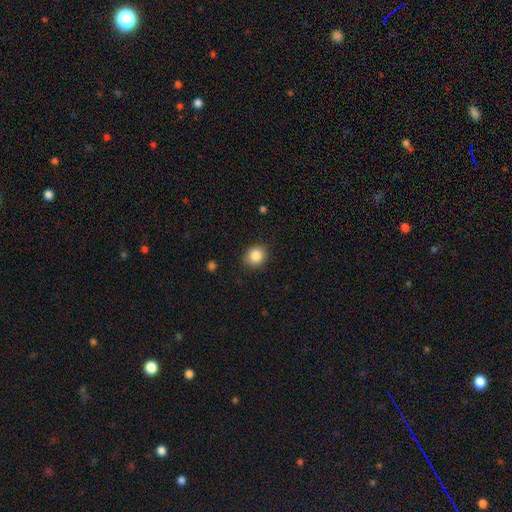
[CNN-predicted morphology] Smooth or featured?
  - smooth: 85% *
  - star or artifact: 9%
  - featured or disk: 5%
How rounded?
  - round: 75% *
  - in between: 25%
  - cigar-shaped: 1%
Merging?
  - none: 87% *
  - minor disturbance: 10%
  - major disturbance: 3%
  - merger: 1%